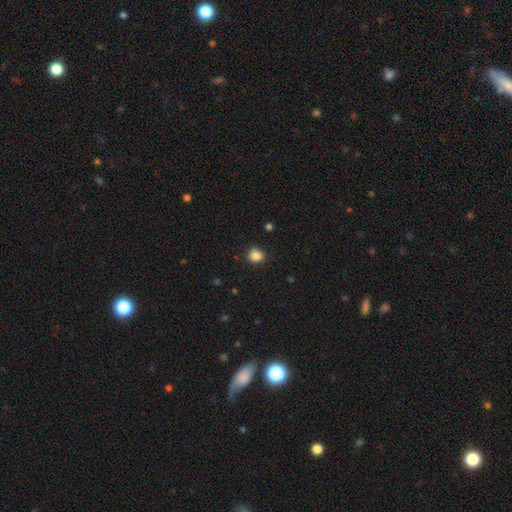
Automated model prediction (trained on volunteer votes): This appears to be a smooth galaxy with no disk features (85%) that is round (79%). Merging: none (87%).